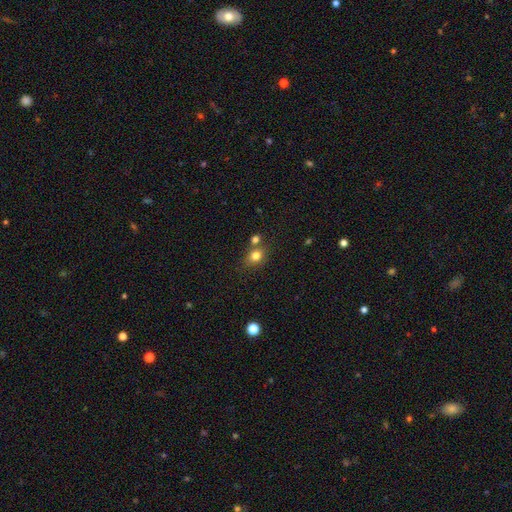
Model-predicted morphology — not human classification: Smooth or featured? Predicted: smooth (p=0.79). How rounded? Predicted: round (p=0.58). Merging? Predicted: none (p=0.62).